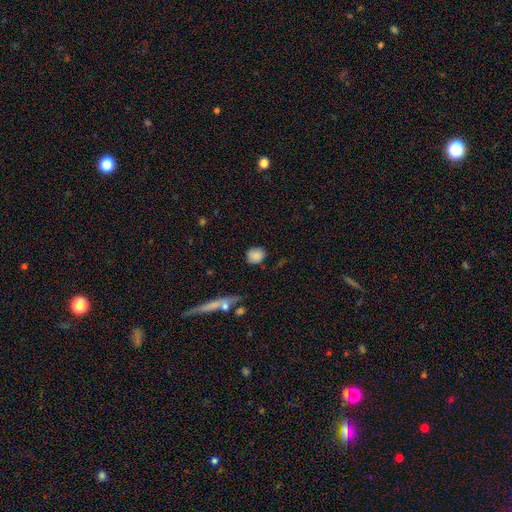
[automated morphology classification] This appears to be a smooth galaxy with no disk features (85%) that is round (75%). Merging: none (79%).